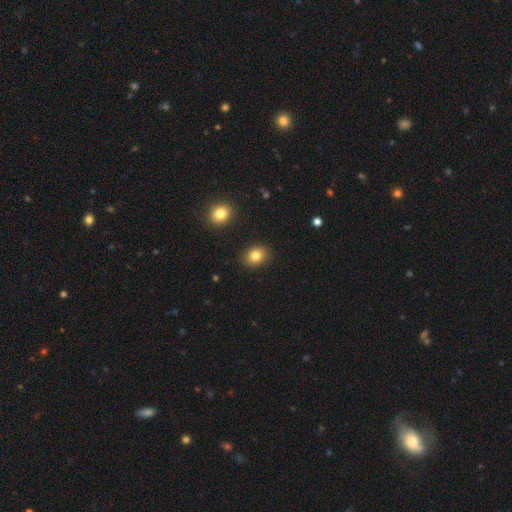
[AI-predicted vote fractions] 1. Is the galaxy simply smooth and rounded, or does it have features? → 81% smooth, 11% star or artifact, 8% featured or disk.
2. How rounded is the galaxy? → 53% round, 46% in between, 1% cigar-shaped.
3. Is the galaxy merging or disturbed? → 89% none, 7% minor disturbance, 2% major disturbance, 2% merger.